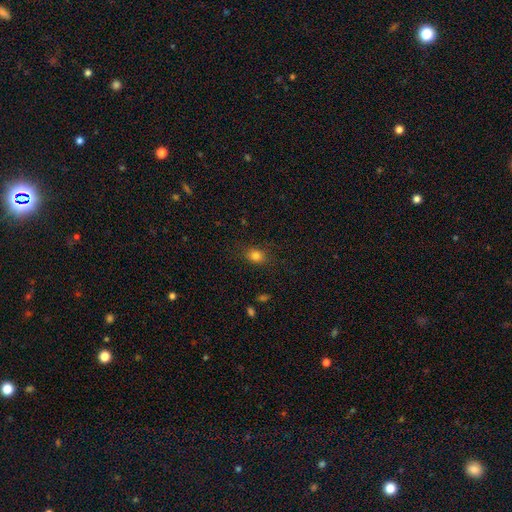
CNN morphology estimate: smooth 81%, star or artifact 12%, featured or disk 6%. Down the decision tree: how rounded — round (51%); merging — none (83%).